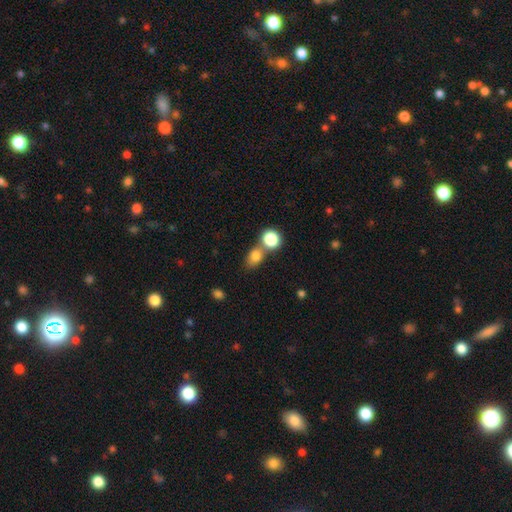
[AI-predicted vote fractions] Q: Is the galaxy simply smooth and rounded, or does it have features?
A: smooth — 81%.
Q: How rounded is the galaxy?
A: in between — 54%.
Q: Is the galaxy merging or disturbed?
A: merger — 46%.